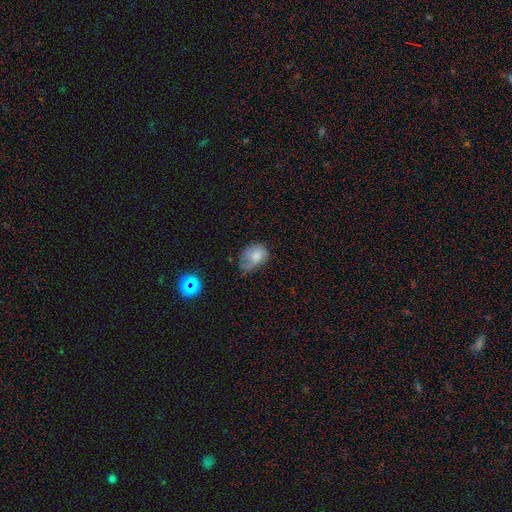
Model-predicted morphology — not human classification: smooth-or-featured: smooth: 69% | featured or disk: 21% | star or artifact: 11%
  how-rounded: in between: 71% | round: 28% | cigar-shaped: 1%
  merging: minor disturbance: 41% | none: 33% | major disturbance: 24% | merger: 3%